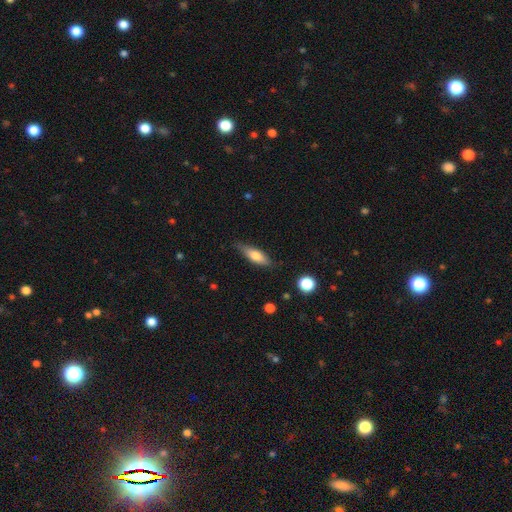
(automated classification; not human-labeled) Smooth or featured? smooth (68%)
How rounded? in between (50%)
Merging? none (78%)